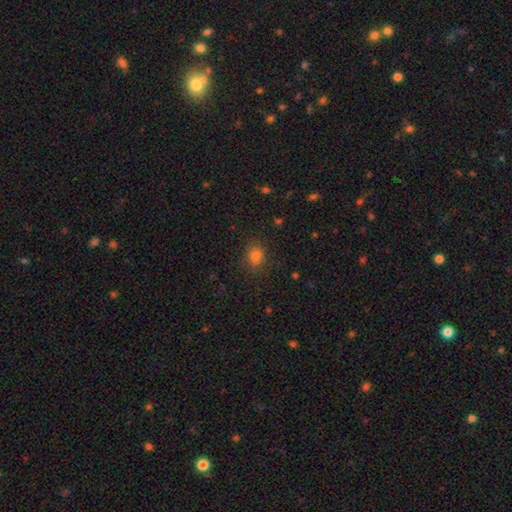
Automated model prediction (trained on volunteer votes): This is likely a smooth galaxy (79%). How rounded: likely round (62%). Merging: clearly none (84%).